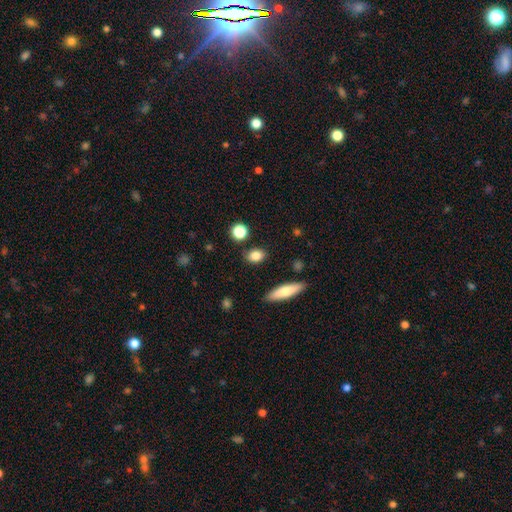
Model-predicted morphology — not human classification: smooth 82%, star or artifact 9%, featured or disk 8%. Down the decision tree: how rounded — in between (58%); merging — none (83%).